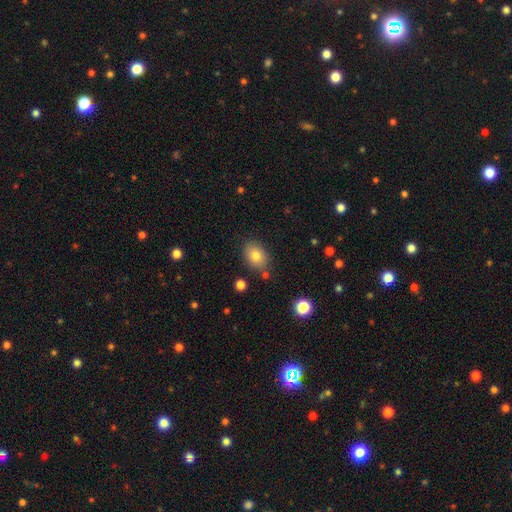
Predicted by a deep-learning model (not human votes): Smooth or featured? smooth (80%)
How rounded? in between (76%)
Merging? none (81%)